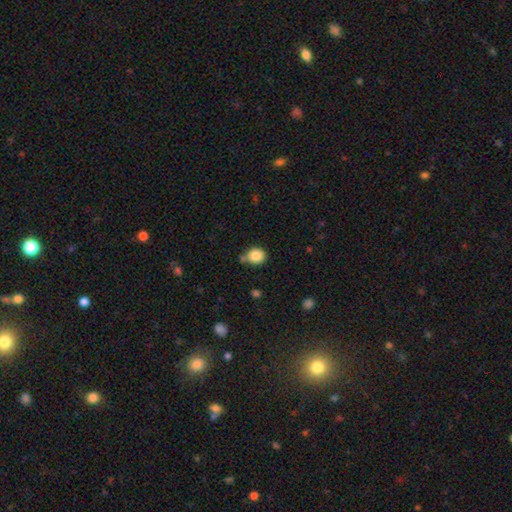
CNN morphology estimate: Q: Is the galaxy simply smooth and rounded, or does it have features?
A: smooth — 85%.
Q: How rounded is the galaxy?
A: round — 76%.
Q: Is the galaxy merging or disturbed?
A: none — 69%.